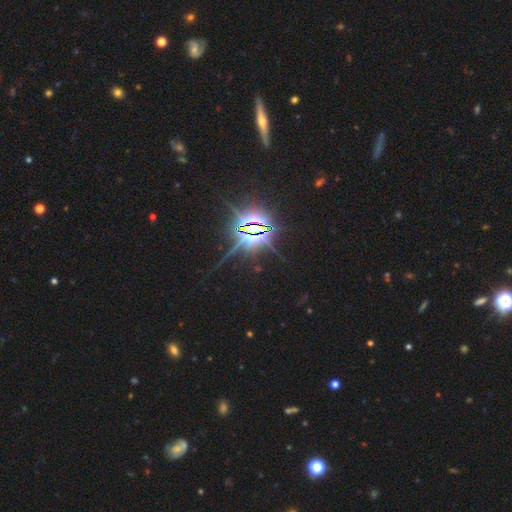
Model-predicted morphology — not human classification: Overall: star or artifact (85%).